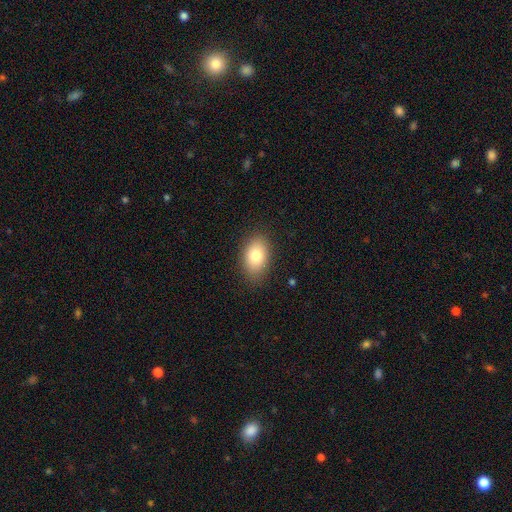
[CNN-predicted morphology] Q: Smooth or featured?
A: smooth (81%); runner-up: featured or disk (11%)
Q: How rounded?
A: in between (87%); runner-up: round (11%)
Q: Merging?
A: none (86%); runner-up: minor disturbance (11%)